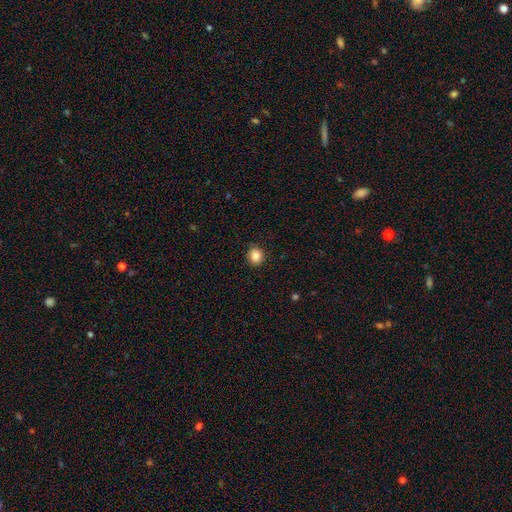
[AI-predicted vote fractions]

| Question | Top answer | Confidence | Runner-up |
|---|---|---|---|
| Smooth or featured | smooth | 86% | star or artifact (10%) |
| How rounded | round | 82% | in between (18%) |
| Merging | none | 88% | minor disturbance (8%) |